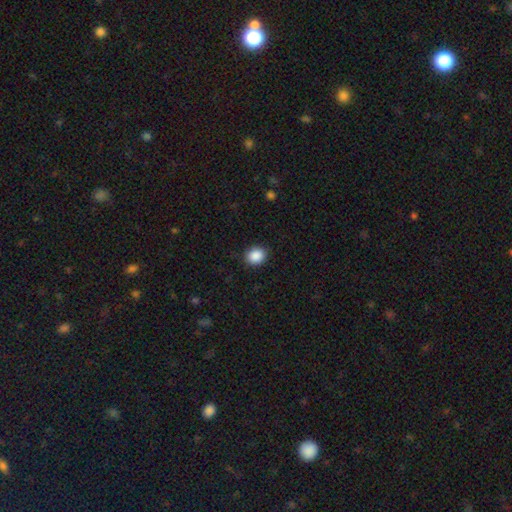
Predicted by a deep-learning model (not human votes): Smooth or featured: smooth — 89% (star or artifact — 8%)
How rounded: round — 66% (in between — 33%)
Merging: none — 90% (minor disturbance — 7%)